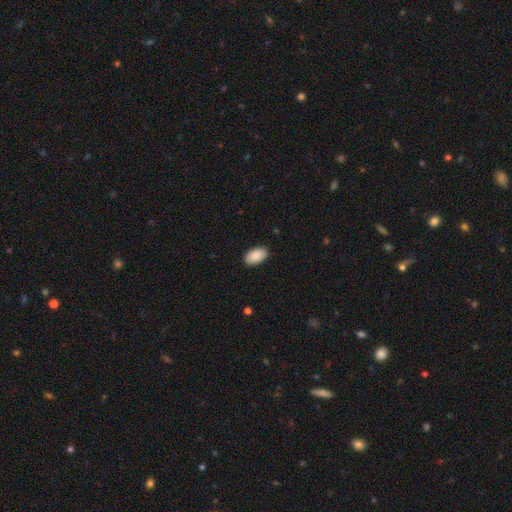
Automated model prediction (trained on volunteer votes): This is clearly a smooth galaxy (91%). How rounded: clearly in between (95%). Merging: clearly none (90%).